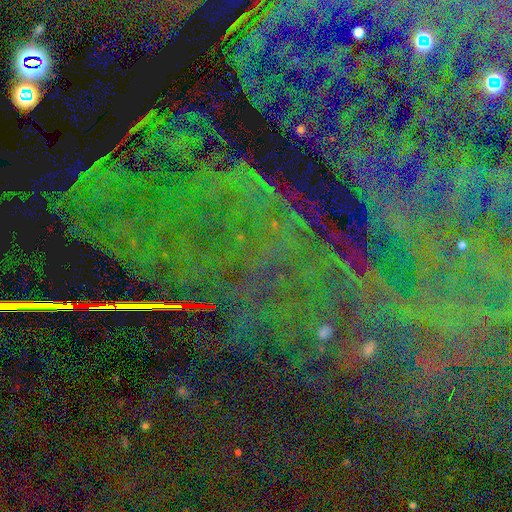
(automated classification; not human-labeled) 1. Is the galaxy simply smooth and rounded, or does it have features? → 85% star or artifact, 8% featured or disk, 7% smooth.